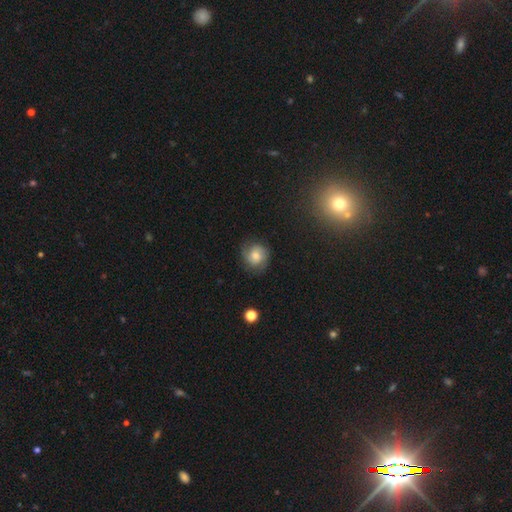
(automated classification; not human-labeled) Q: Smooth or featured?
A: smooth (48%); runner-up: featured or disk (42%)
Q: Merging?
A: none (73%); runner-up: minor disturbance (19%)